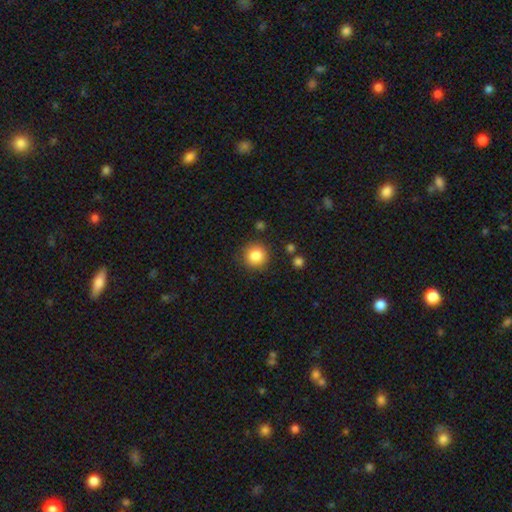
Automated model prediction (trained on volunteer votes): A smooth galaxy with no disk features (85%) that is round (94%). Merging: none (88%).